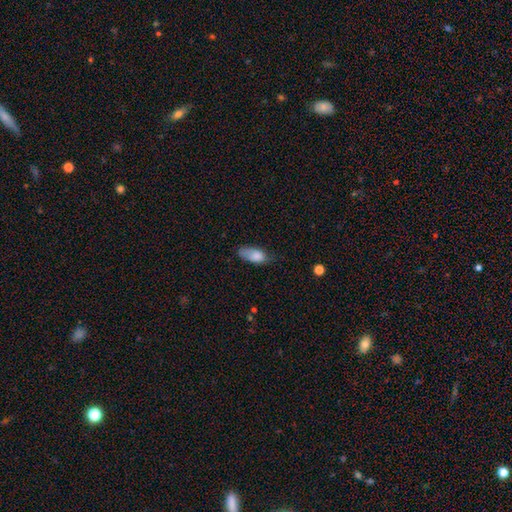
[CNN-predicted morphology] smooth_or_featured: smooth (p=0.81) [alt: featured or disk p=0.12]
how_rounded: in between (p=0.86) [alt: cigar-shaped p=0.10]
merging: none (p=0.45) [alt: minor disturbance p=0.37]